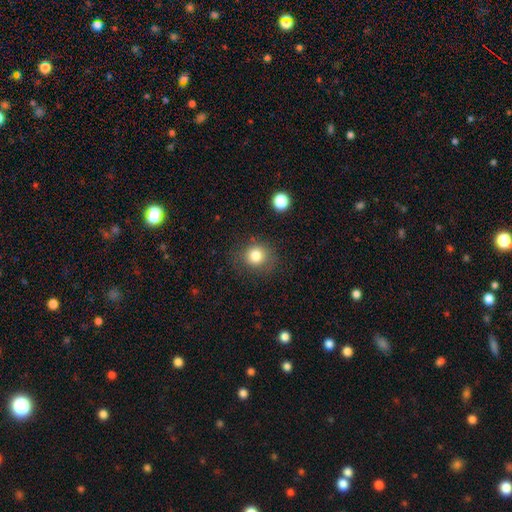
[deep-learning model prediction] This is clearly a smooth galaxy (80%). How rounded: clearly round (83%). Merging: likely none (78%).